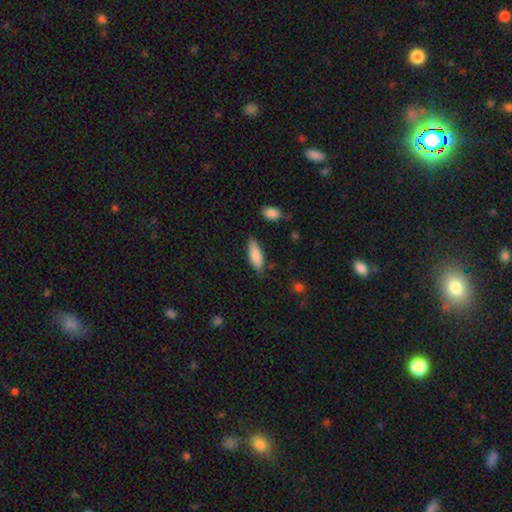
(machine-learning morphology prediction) smooth_or_featured: smooth (p=0.85) [alt: featured or disk p=0.09]
how_rounded: in between (p=0.61) [alt: cigar-shaped p=0.37]
merging: none (p=0.76) [alt: minor disturbance p=0.18]